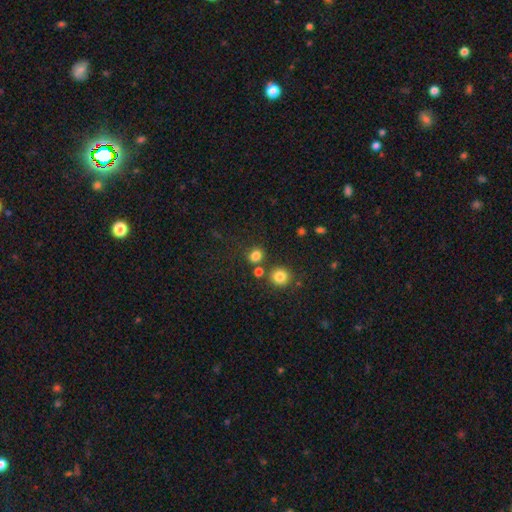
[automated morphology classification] Overall: smooth (81%). How rounded: round (69%; in between 30%). Merging: none (72%).